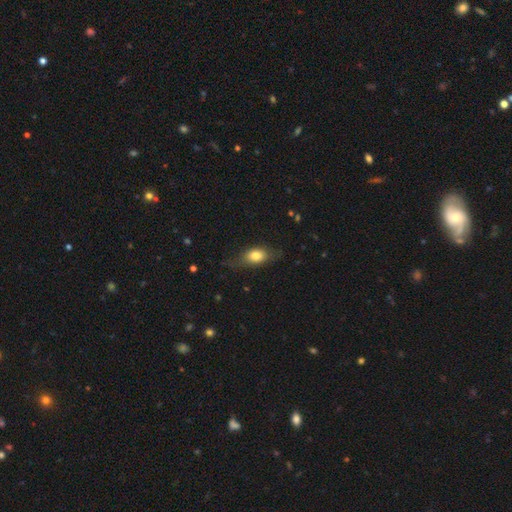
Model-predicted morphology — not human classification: Smooth or featured?
  - smooth: 74% *
  - featured or disk: 18%
  - star or artifact: 8%
How rounded?
  - in between: 74% *
  - round: 17%
  - cigar-shaped: 9%
Merging?
  - none: 66% *
  - minor disturbance: 23%
  - major disturbance: 9%
  - merger: 1%